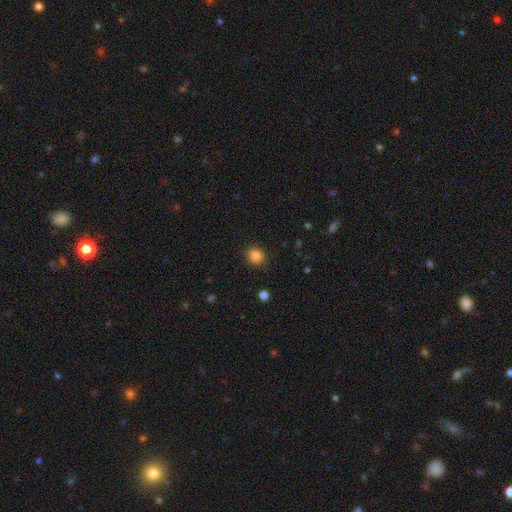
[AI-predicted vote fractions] Smooth or featured?
  - smooth: 85% *
  - star or artifact: 11%
  - featured or disk: 4%
How rounded?
  - round: 78% *
  - in between: 21%
  - cigar-shaped: 1%
Merging?
  - none: 89% *
  - minor disturbance: 8%
  - major disturbance: 2%
  - merger: 1%